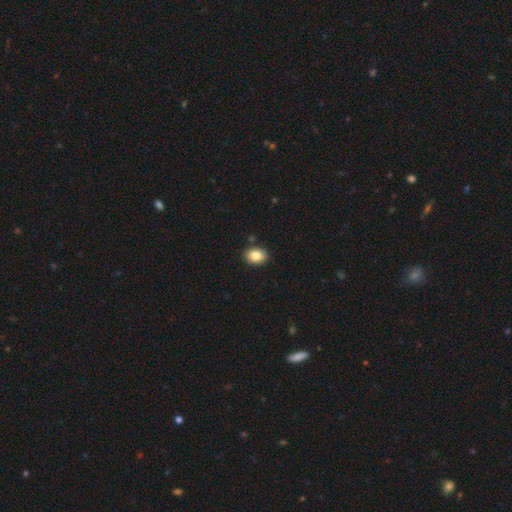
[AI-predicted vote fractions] Overall: smooth (84%). How rounded: in between (67%; round 32%). Merging: none (88%).